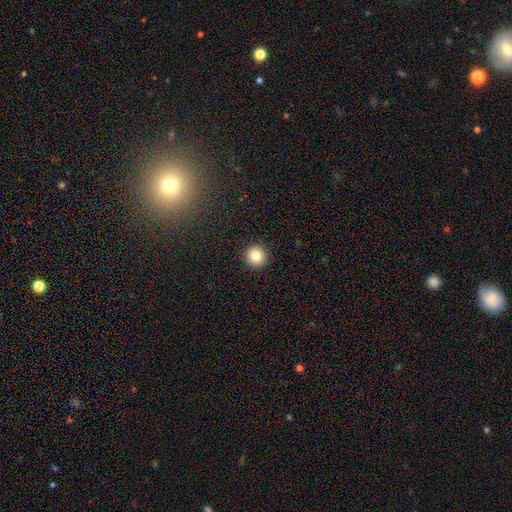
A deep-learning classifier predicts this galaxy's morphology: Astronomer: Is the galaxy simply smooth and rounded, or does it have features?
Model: smooth — 84%.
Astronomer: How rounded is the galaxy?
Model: round — 96%.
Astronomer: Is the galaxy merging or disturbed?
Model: none — 93%.